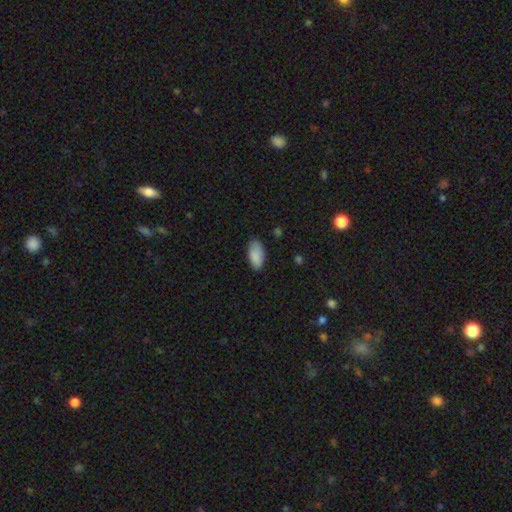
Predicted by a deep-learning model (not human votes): Morphology: type=smooth (88%); roundness=in between (94%); merging=none (76%).